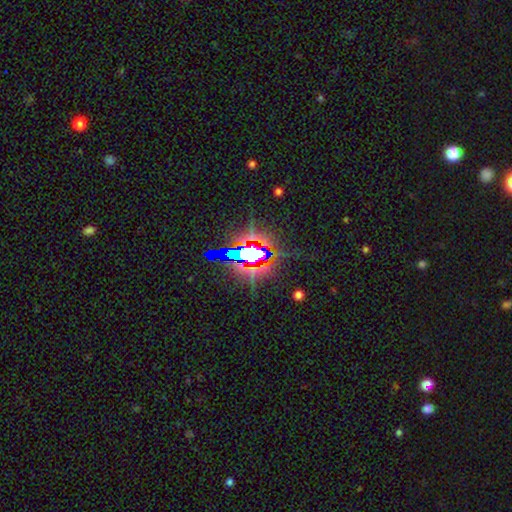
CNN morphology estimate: smooth_or_featured: star or artifact (p=0.74) [alt: featured or disk p=0.14]